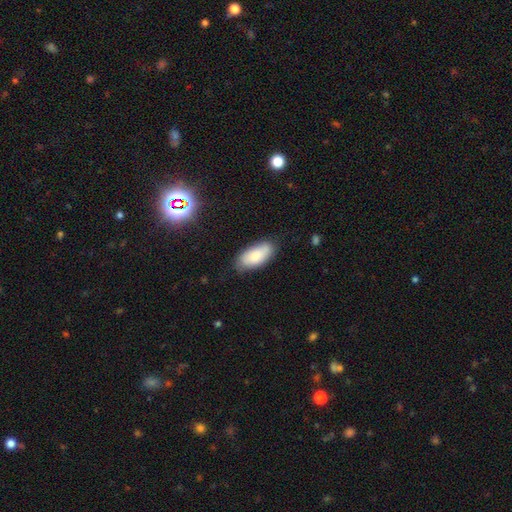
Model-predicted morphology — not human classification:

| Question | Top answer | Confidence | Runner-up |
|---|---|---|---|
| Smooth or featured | smooth | 78% | featured or disk (15%) |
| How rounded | in between | 91% | cigar-shaped (7%) |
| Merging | none | 75% | minor disturbance (20%) |